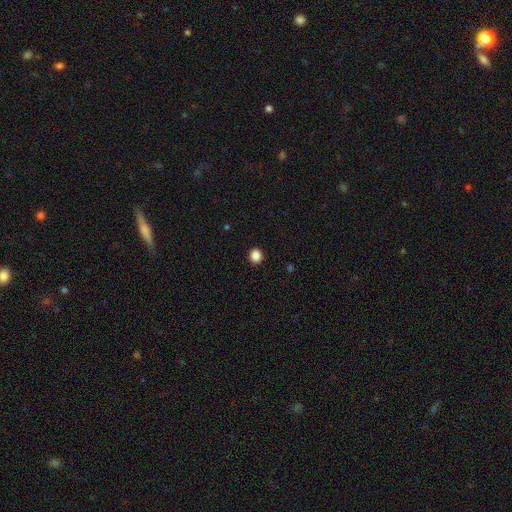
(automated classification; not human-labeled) This is clearly a smooth galaxy (87%). How rounded: likely round (79%). Merging: clearly none (92%).